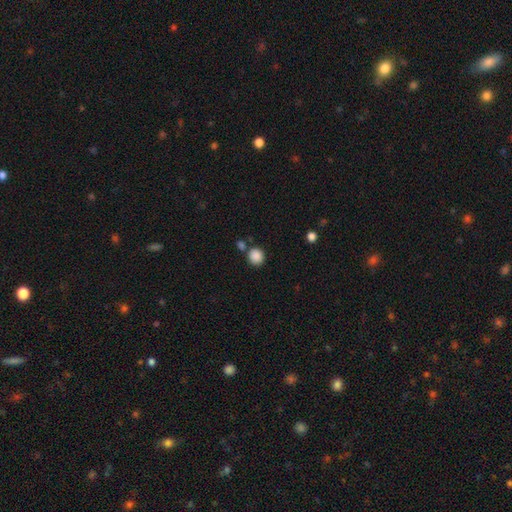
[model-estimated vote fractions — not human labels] Smooth or featured?
  - smooth: 87% *
  - star or artifact: 10%
  - featured or disk: 3%
How rounded?
  - round: 88% *
  - in between: 11%
  - cigar-shaped: 1%
Merging?
  - none: 73% *
  - merger: 14%
  - minor disturbance: 10%
  - major disturbance: 4%